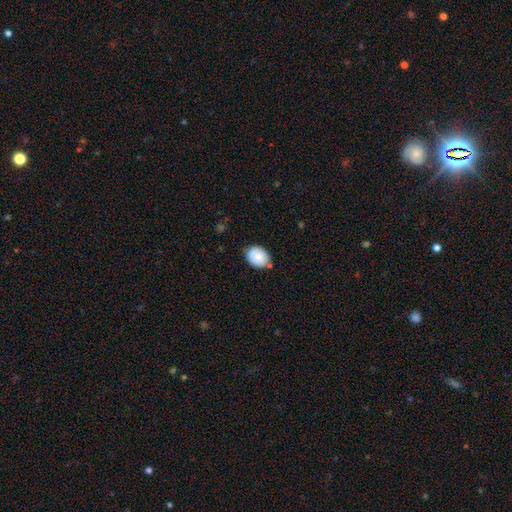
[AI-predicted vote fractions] This is clearly a smooth galaxy (83%). How rounded: possibly in between (52%). Merging: likely none (74%).